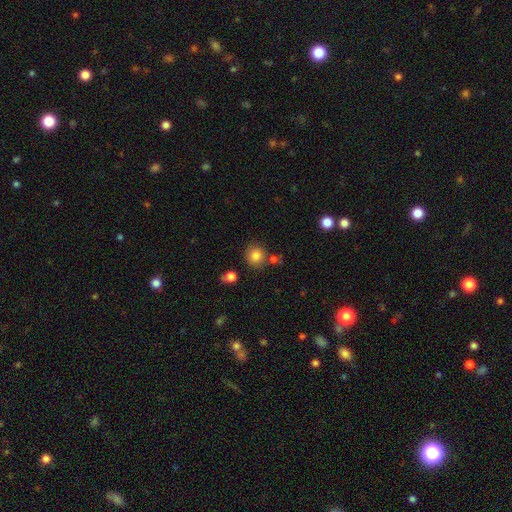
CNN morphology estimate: smooth 82%, star or artifact 11%, featured or disk 6%. Down the decision tree: how rounded — round (89%); merging — none (80%).